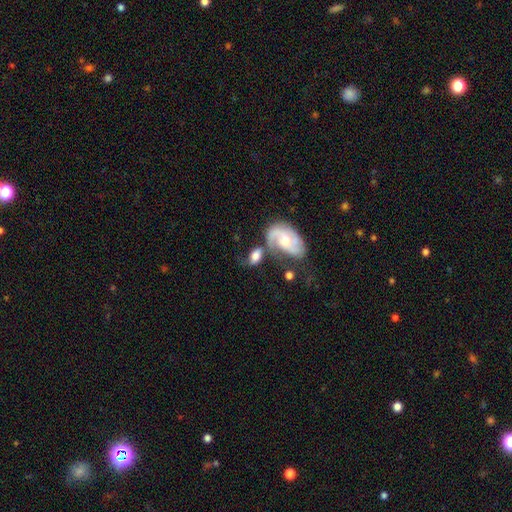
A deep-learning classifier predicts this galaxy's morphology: smooth 48%, featured or disk 44%, star or artifact 8%. Down the decision tree: merging — merger (38%).